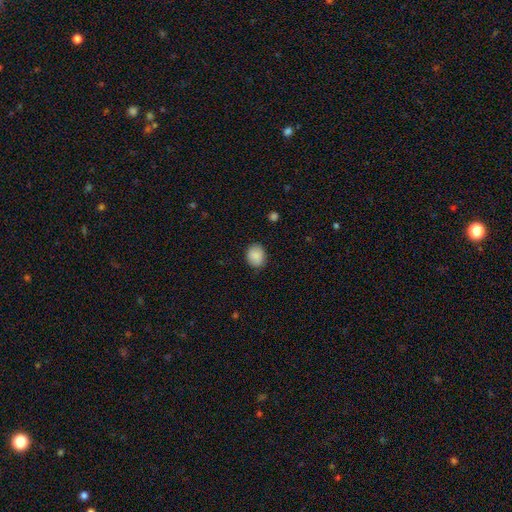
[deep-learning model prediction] This is clearly a smooth galaxy (89%). How rounded: possibly round (52%). Merging: clearly none (85%).